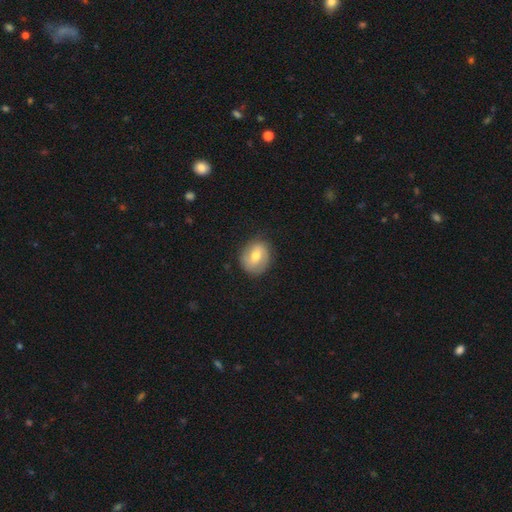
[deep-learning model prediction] Morphology: type=smooth (54%); roundness=round (62%); merging=none (80%).